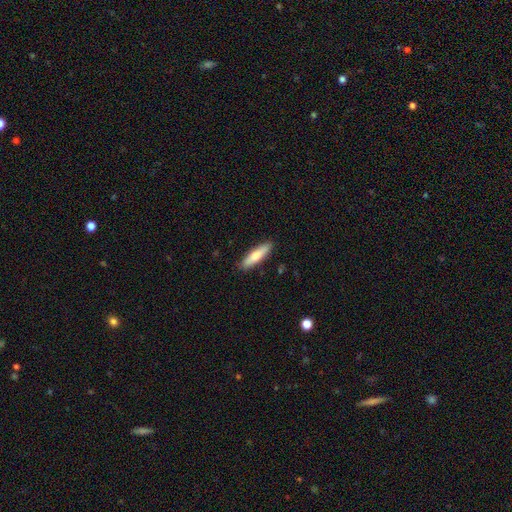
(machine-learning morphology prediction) Smooth or featured? smooth (72%)
How rounded? cigar-shaped (73%)
Merging? none (89%)